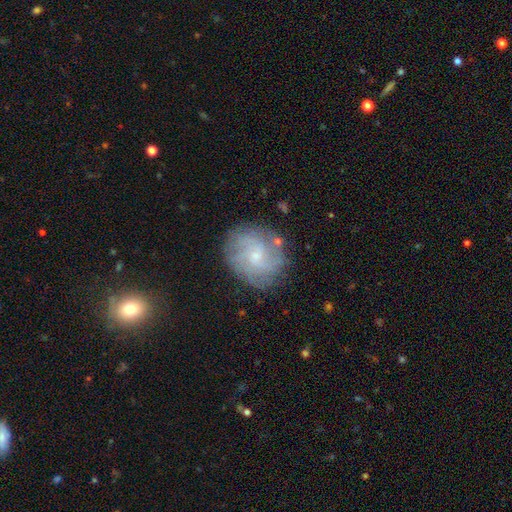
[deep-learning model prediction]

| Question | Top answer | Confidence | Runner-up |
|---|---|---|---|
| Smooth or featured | featured or disk | 71% | smooth (21%) |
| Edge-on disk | no | 97% | yes (3%) |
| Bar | no | 61% | weak (35%) |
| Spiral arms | yes | 89% | no (11%) |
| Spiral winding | tight | 45% | medium (39%) |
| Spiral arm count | can't tell | 39% | 4 (18%) |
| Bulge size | small | 68% | moderate (24%) |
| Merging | none | 76% | minor disturbance (16%) |